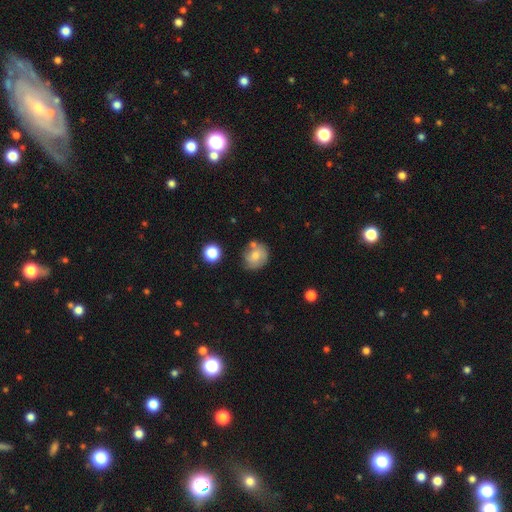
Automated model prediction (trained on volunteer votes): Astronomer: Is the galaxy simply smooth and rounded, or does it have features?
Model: smooth — 62%.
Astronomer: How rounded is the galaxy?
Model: round — 74%.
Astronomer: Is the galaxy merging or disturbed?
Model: none — 62%.